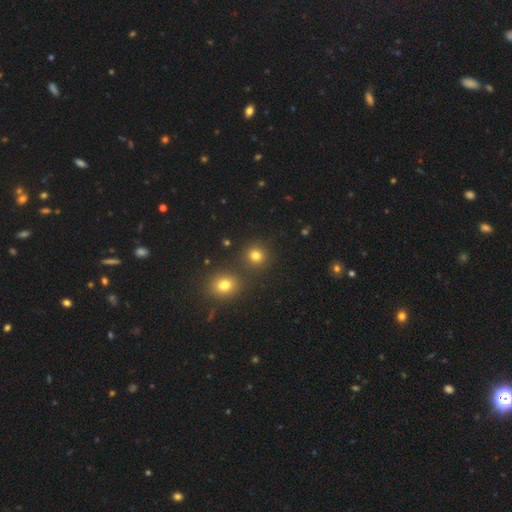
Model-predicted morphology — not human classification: Overall: smooth (77%). How rounded: round (91%). Merging: none (84%).